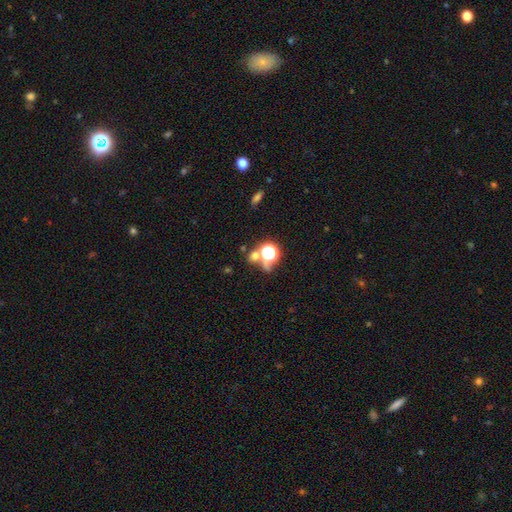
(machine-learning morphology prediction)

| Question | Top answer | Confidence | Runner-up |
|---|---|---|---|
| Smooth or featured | smooth | 54% | star or artifact (36%) |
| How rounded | round | 75% | in between (22%) |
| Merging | none | 54% | merger (31%) |